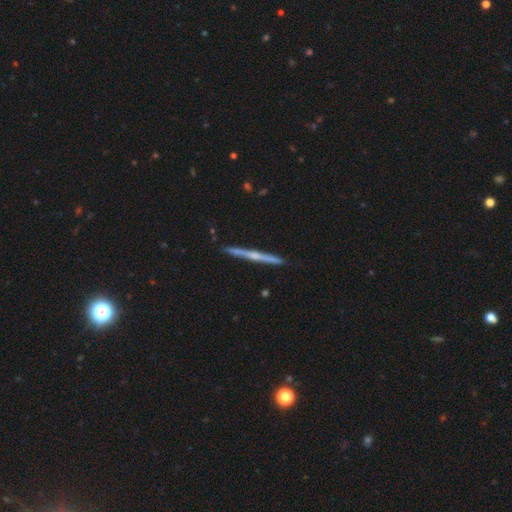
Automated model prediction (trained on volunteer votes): A featured or disk galaxy (72%) viewed edge-on (98%) with a rounded central bulge (57%). Merging: none (90%).